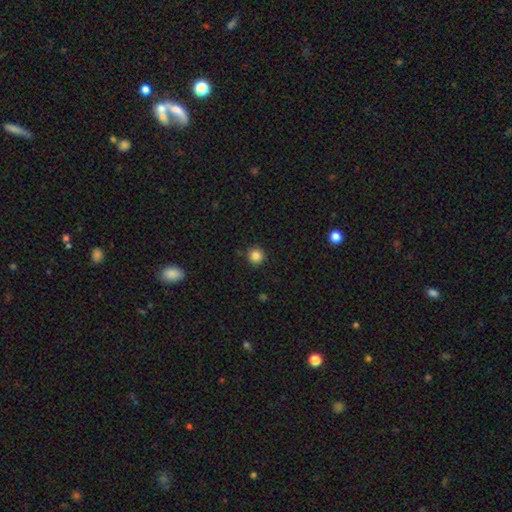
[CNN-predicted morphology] Q: Smooth or featured?
A: smooth (85%); runner-up: star or artifact (11%)
Q: How rounded?
A: round (95%); runner-up: in between (4%)
Q: Merging?
A: none (90%); runner-up: minor disturbance (6%)